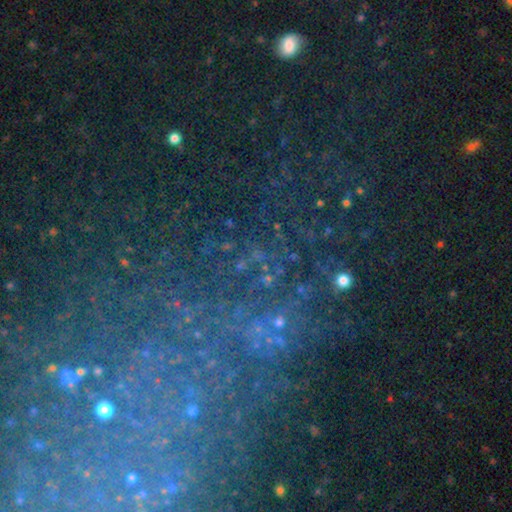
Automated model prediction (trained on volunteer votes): Overall: star or artifact (63%).